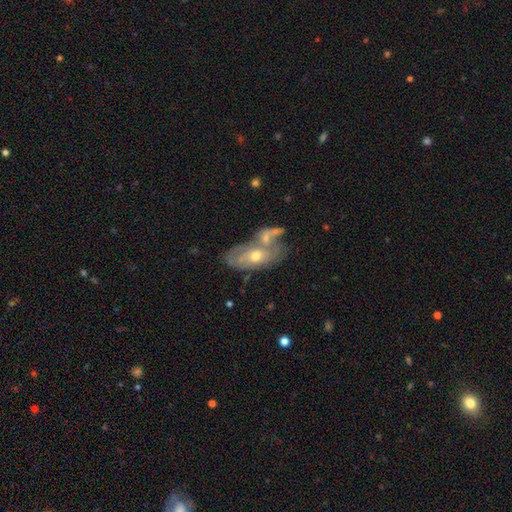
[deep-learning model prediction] This appears to be a featured or disk galaxy (60%) with no bar (78%), no spiral arms (52%) and a moderate central bulge (67%). Merging: merger (46%).